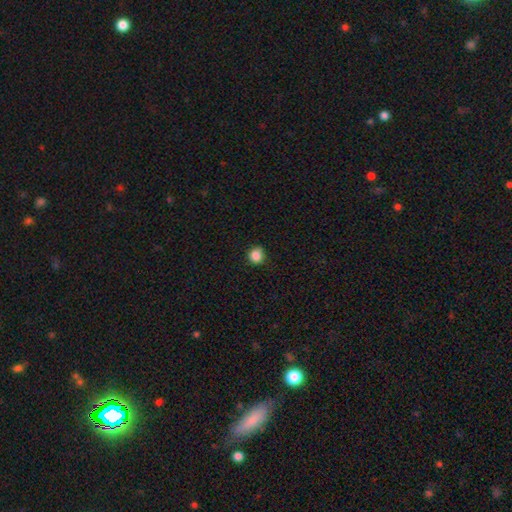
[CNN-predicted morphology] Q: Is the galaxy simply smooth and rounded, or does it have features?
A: smooth — 86%.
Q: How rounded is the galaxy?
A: round — 90%.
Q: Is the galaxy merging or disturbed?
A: none — 87%.